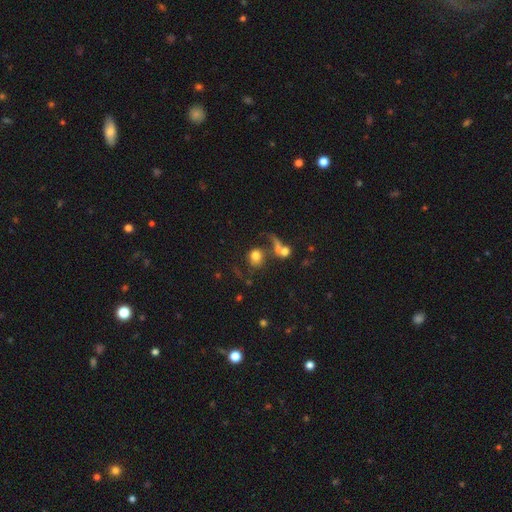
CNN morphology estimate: smooth 70%, featured or disk 17%, star or artifact 13%. Down the decision tree: how rounded — round (74%); merging — none (45%).